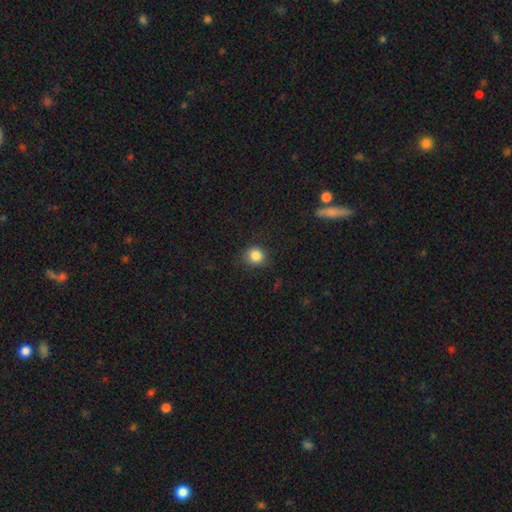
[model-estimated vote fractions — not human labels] Smooth or featured: smooth — 85% (star or artifact — 11%)
How rounded: round — 85% (in between — 14%)
Merging: none — 83% (minor disturbance — 12%)